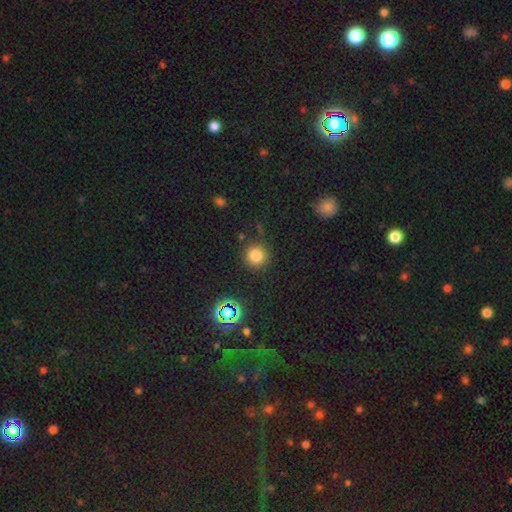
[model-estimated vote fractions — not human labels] The model was most divided on "smooth or featured": smooth: 77%, star or artifact: 17%, featured or disk: 6%. More confident: how rounded — round (94%); merging — none (88%).